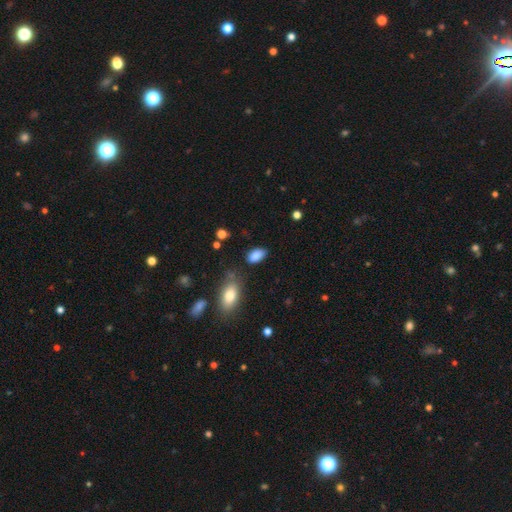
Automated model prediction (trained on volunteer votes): smooth-or-featured: smooth: 86% | star or artifact: 8% | featured or disk: 6%
  how-rounded: in between: 93% | round: 4% | cigar-shaped: 3%
  merging: none: 76% | minor disturbance: 16% | major disturbance: 4% | merger: 4%